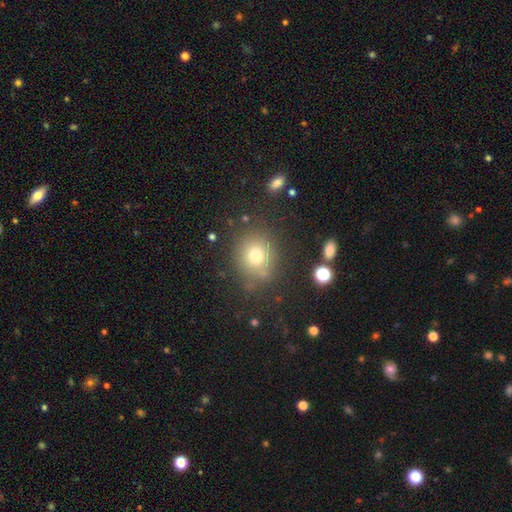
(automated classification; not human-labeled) smooth 73%, star or artifact 15%, featured or disk 12%. Down the decision tree: how rounded — round (79%); merging — none (79%).